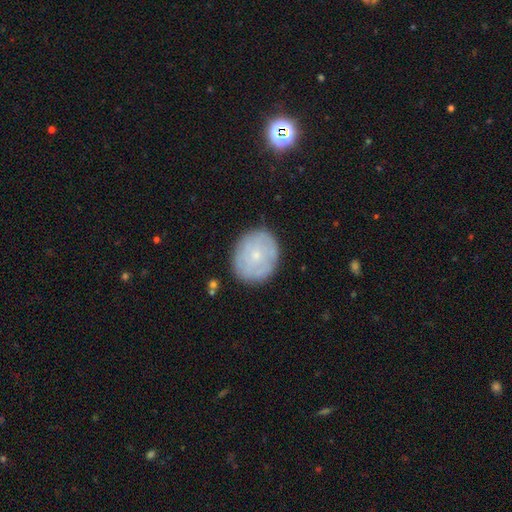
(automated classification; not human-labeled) Smooth or featured: smooth — 49% (featured or disk — 43%)
Merging: none — 82% (minor disturbance — 13%)